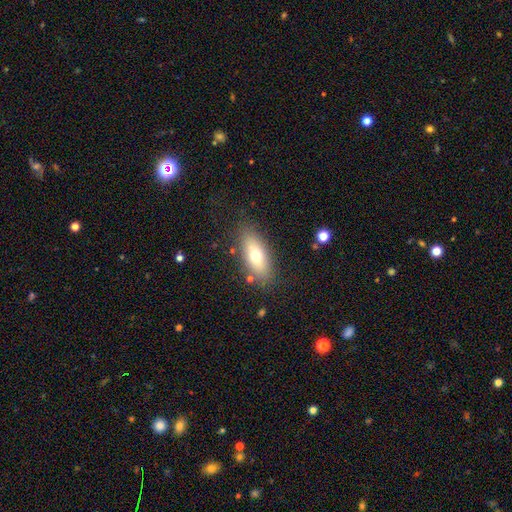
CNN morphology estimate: smooth-or-featured: smooth: 66% | featured or disk: 25% | star or artifact: 8%
  how-rounded: in between: 77% | cigar-shaped: 18% | round: 4%
  merging: none: 82% | minor disturbance: 12% | major disturbance: 4% | merger: 3%